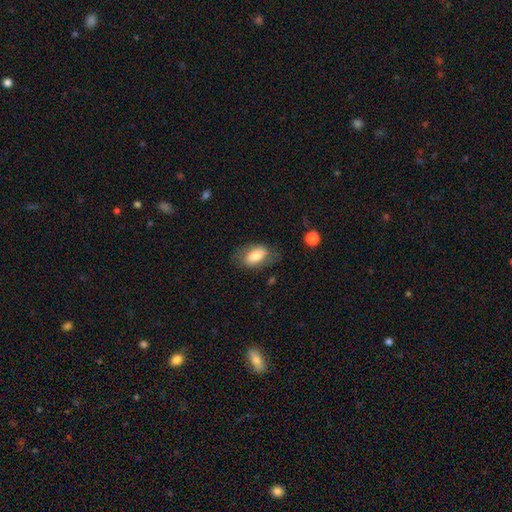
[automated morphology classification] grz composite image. It shows a smooth galaxy with no disk features (71%) that is in between round and cigar-shaped (89%). Merging: none (68%).